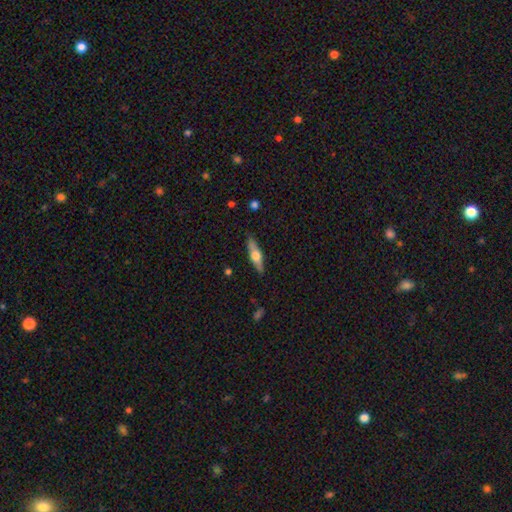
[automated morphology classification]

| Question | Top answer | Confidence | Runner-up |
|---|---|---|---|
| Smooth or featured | featured or disk | 51% | smooth (43%) |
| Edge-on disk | yes | 92% | no (8%) |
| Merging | none | 86% | minor disturbance (10%) |